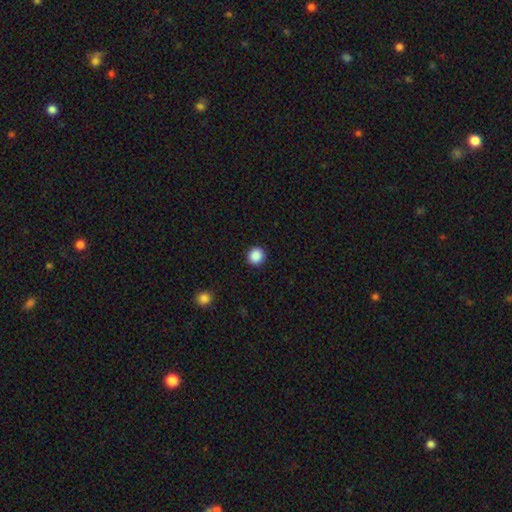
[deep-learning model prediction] A smooth galaxy with no disk features (88%) that is round (93%).

Vote fractions:
- Smooth or featured? smooth: 88% / star or artifact: 9% / featured or disk: 2%
- How rounded? round: 93% / in between: 6% / cigar-shaped: 1%
- Merging? none: 92% / minor disturbance: 5% / major disturbance: 2% / merger: 1%